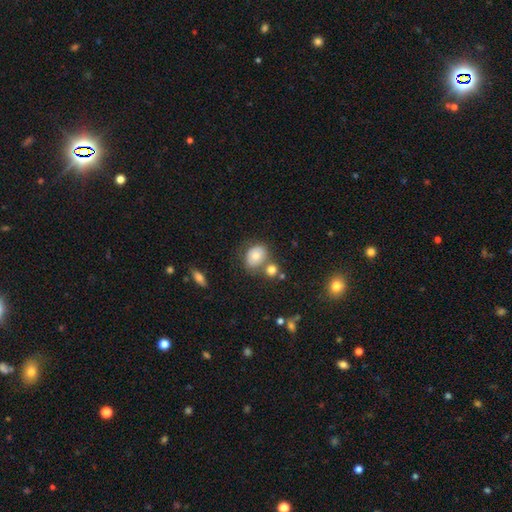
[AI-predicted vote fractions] smooth-or-featured: smooth: 74% | featured or disk: 16% | star or artifact: 10%
  how-rounded: in between: 60% | round: 39% | cigar-shaped: 1%
  merging: none: 56% | merger: 21% | minor disturbance: 16% | major disturbance: 6%